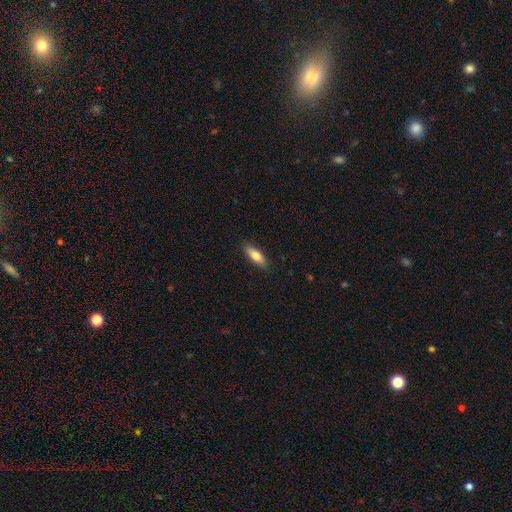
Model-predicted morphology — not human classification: This is likely a smooth galaxy (75%). How rounded: possibly in between (58%). Merging: clearly none (88%).